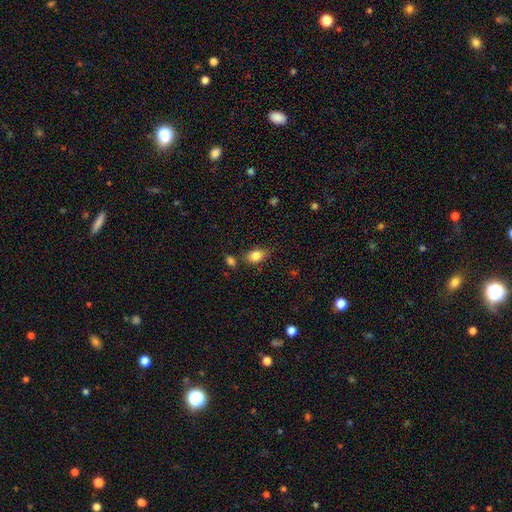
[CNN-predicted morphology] This is clearly a smooth galaxy (83%). How rounded: clearly in between (83%). Merging: likely none (69%).